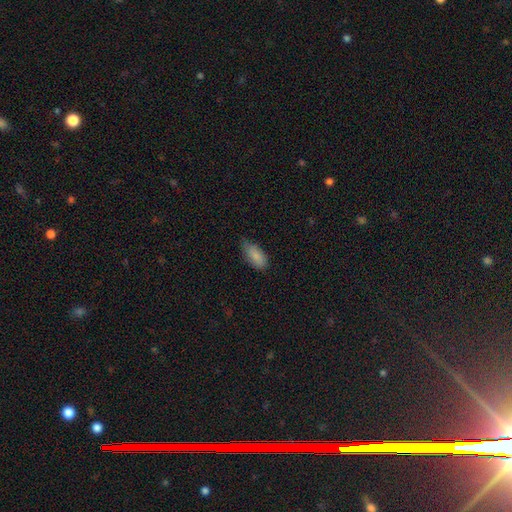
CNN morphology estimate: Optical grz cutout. It shows a smooth galaxy with no disk features (86%) that is in between round and cigar-shaped (89%). Merging: none (55%).